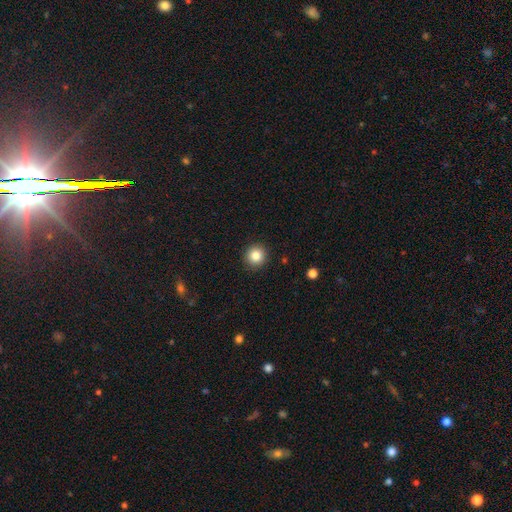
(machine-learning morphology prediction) The model was most divided on "smooth or featured": smooth: 84%, star or artifact: 10%, featured or disk: 6%. More confident: how rounded — round (94%); merging — none (92%).